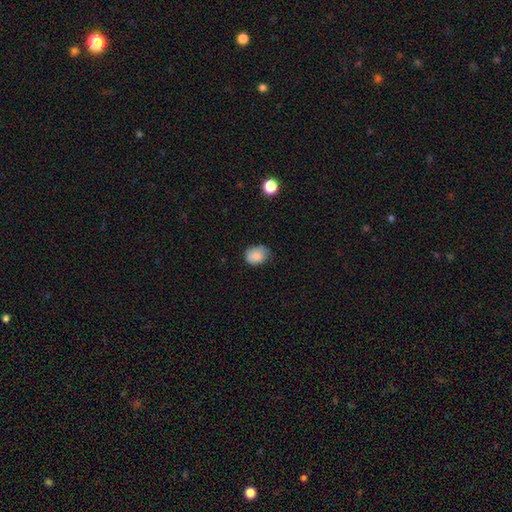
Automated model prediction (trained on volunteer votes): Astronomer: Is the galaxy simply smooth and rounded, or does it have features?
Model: smooth — 84%.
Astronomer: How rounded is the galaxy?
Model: in between — 56% (runner-up: round, 43%).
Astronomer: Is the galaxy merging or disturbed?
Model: none — 60%.